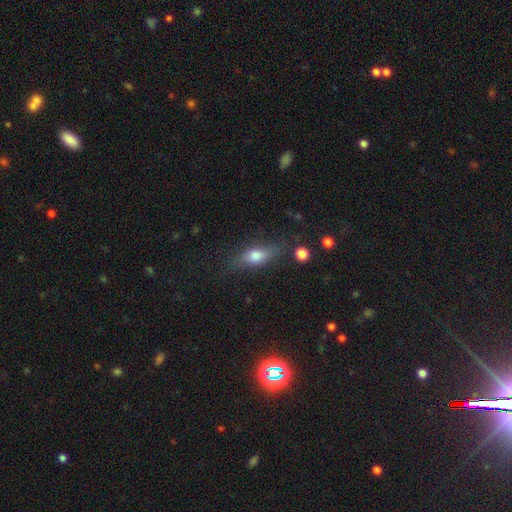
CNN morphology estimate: A smooth galaxy with no disk features (68%) that is in between round and cigar-shaped (64%).

Vote fractions:
- Smooth or featured? smooth: 68% / featured or disk: 24% / star or artifact: 9%
- How rounded? in between: 64% / cigar-shaped: 29% / round: 7%
- Merging? none: 72% / minor disturbance: 19% / major disturbance: 6% / merger: 3%